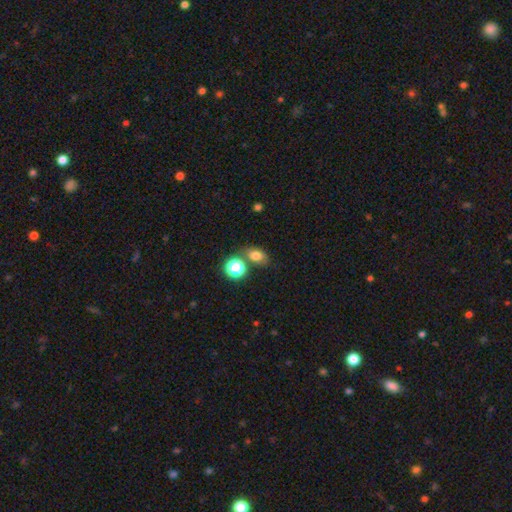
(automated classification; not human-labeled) Smooth or featured? smooth (74%)
How rounded? in between (65%)
Merging? none (66%)